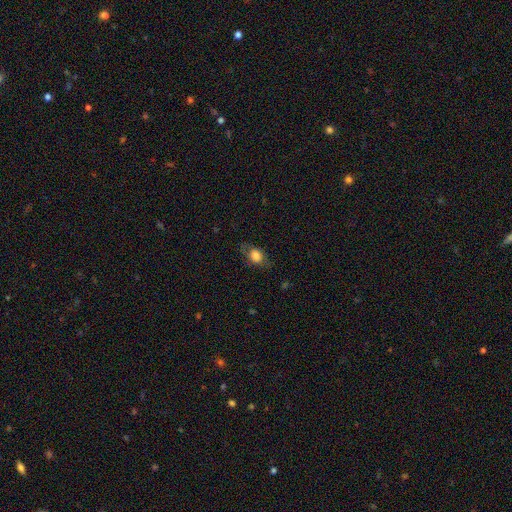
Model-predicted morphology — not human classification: Overall: smooth (74%). How rounded: in between (71%). Merging: none (70%).